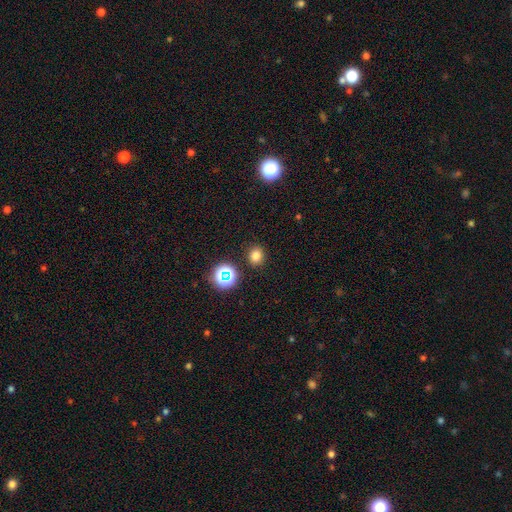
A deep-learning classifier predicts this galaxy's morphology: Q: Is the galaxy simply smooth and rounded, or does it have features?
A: smooth — 76%.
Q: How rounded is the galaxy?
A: round — 72%.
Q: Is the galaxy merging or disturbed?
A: none — 88%.